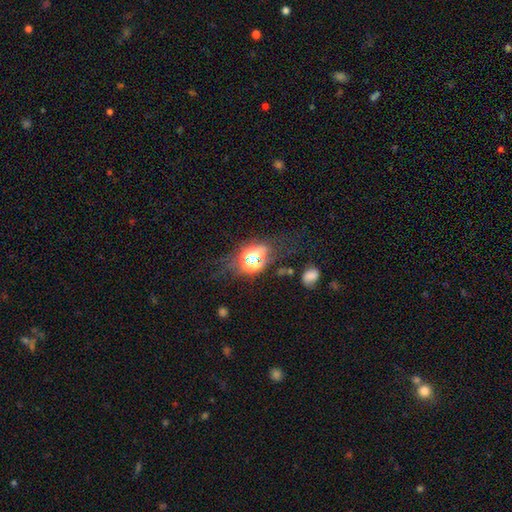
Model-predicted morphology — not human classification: This appears to be a smooth galaxy with no disk features (45%). Merging: none (57%).